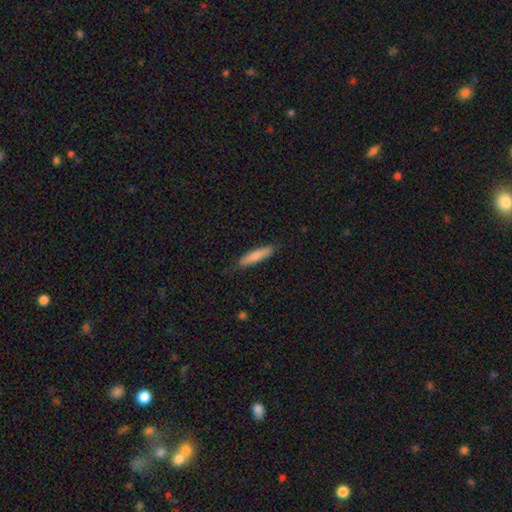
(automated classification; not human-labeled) Smooth or featured: smooth — 78% (featured or disk — 16%)
How rounded: cigar-shaped — 80% (in between — 19%)
Merging: none — 84% (minor disturbance — 12%)